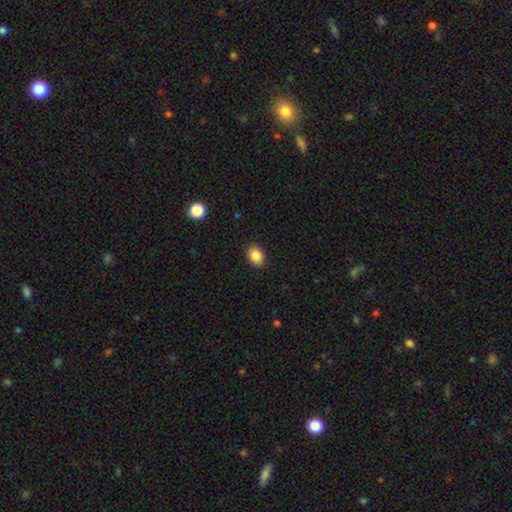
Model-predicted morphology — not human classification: smooth_or_featured: smooth (p=0.87) [alt: star or artifact p=0.09]
how_rounded: in between (p=0.63) [alt: round p=0.36]
merging: none (p=0.89) [alt: minor disturbance p=0.08]